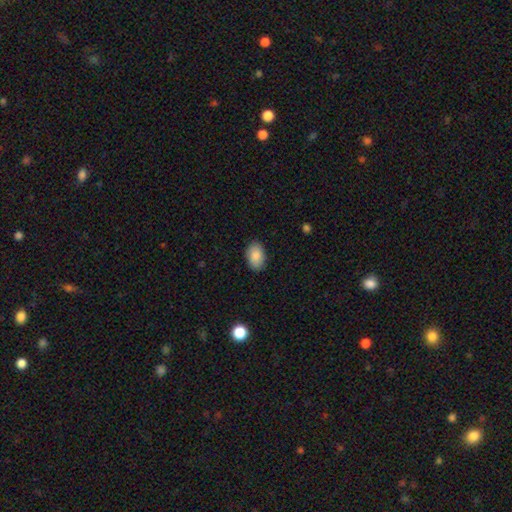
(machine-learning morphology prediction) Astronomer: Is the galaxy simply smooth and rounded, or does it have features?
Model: smooth — 87%.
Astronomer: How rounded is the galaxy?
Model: in between — 90%.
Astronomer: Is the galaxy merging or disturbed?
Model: none — 87%.